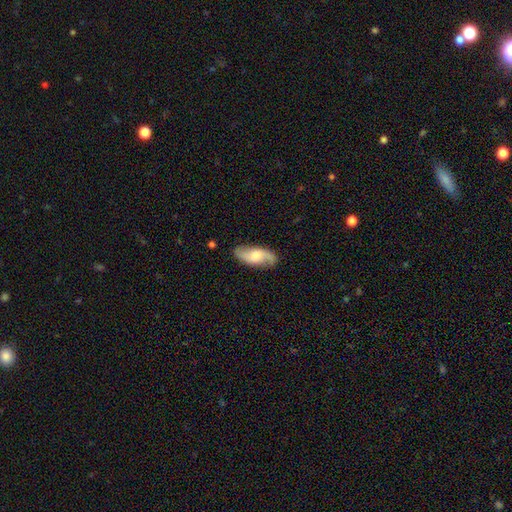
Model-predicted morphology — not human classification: featured or disk 58%, smooth 35%, star or artifact 6%. Down the decision tree: edge-on disk — no (90%); bar — no (60%); spiral arms — yes (92%); bulge size — moderate (41%); merging — none (81%).